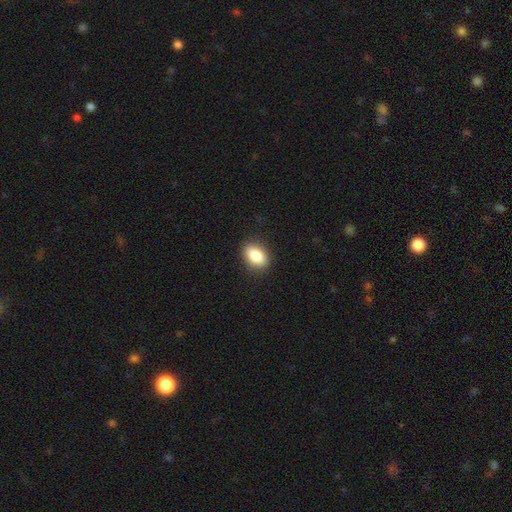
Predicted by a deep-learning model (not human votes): This is clearly a smooth galaxy (85%). How rounded: clearly in between (83%). Merging: clearly none (88%).